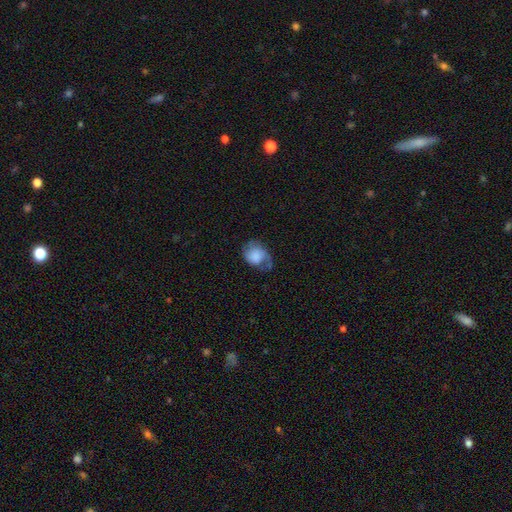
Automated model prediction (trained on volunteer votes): The model was most divided on "how rounded": round: 51%, in between: 48%, cigar-shaped: 1%. Remaining: smooth or featured — smooth (62%); merging — none (37%).